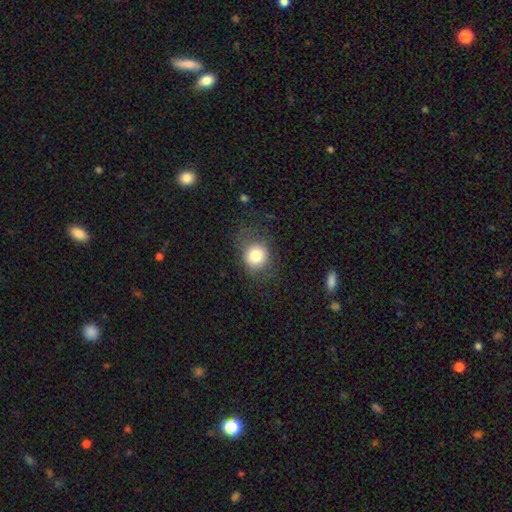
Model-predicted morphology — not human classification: smooth_or_featured: smooth (p=0.79) [alt: star or artifact p=0.11]
how_rounded: round (p=0.78) [alt: in between p=0.21]
merging: none (p=0.71) [alt: minor disturbance p=0.18]